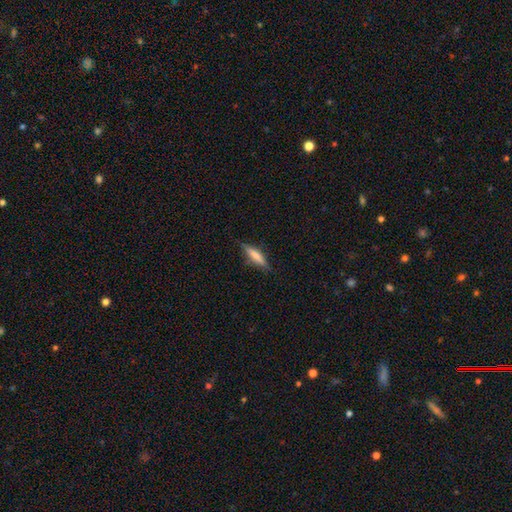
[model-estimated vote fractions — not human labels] Morphology: type=smooth (69%); roundness=cigar-shaped (77%); merging=none (81%).